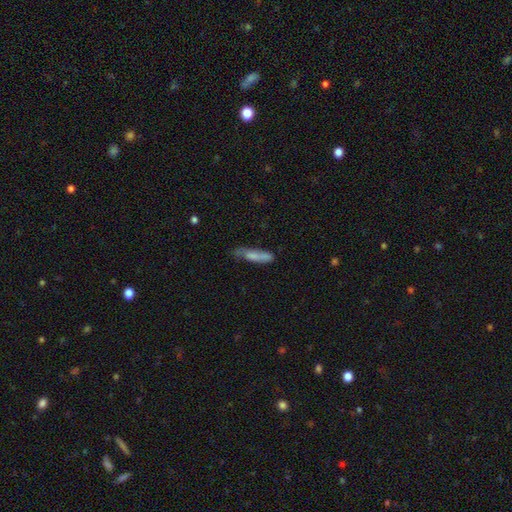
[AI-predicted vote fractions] smooth_or_featured: smooth (p=0.72) [alt: featured or disk p=0.21]
how_rounded: cigar-shaped (p=0.80) [alt: in between p=0.18]
merging: none (p=0.55) [alt: minor disturbance p=0.31]